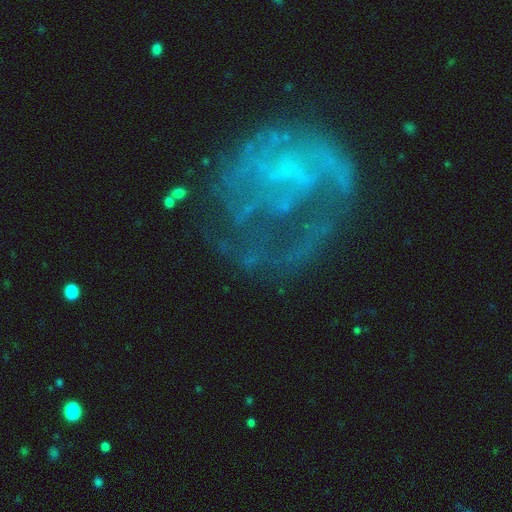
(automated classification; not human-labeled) Morphology: type=featured or disk (72%); edge-on=no (98%); bar=no (66%); spiral arms=yes (62%); bulge=none (62%); merging=none (46%).